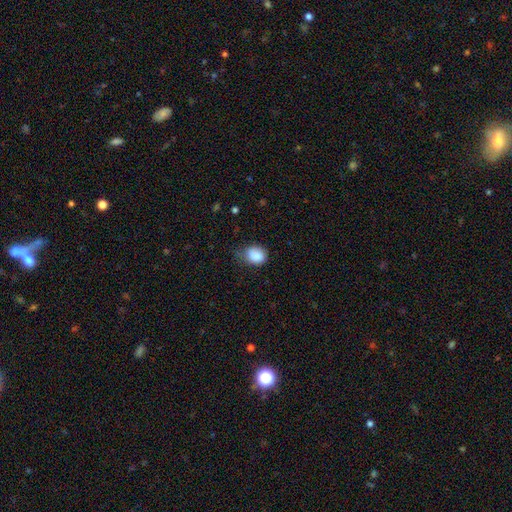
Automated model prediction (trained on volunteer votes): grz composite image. It shows a smooth galaxy with no disk features (87%) that is in between round and cigar-shaped (50%). Merging: none (54%).